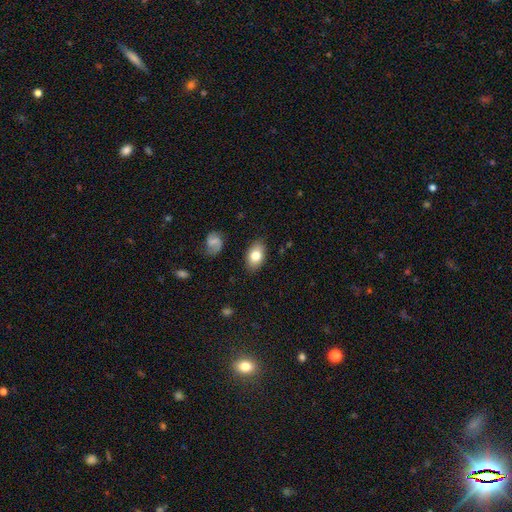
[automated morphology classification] This is likely a smooth galaxy (77%). How rounded: clearly in between (88%). Merging: clearly none (85%).